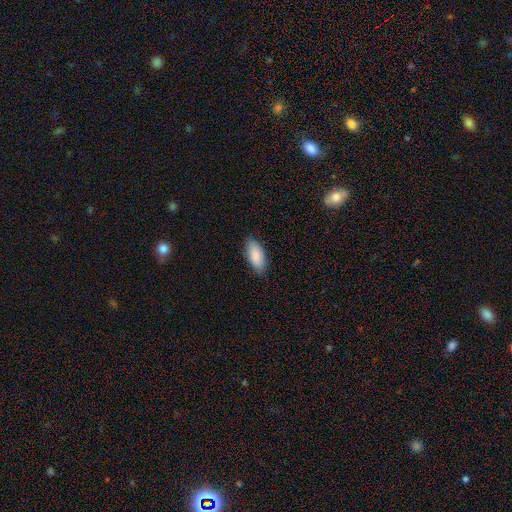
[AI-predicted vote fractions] Smooth or featured? smooth (87%)
How rounded? in between (87%)
Merging? none (85%)